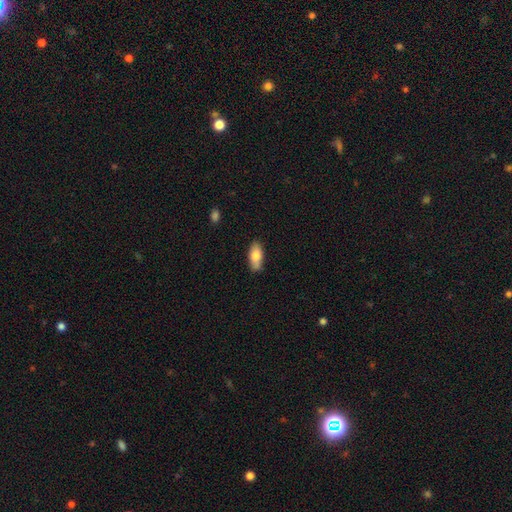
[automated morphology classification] Overall: smooth (78%). How rounded: in between (85%). Merging: none (77%).